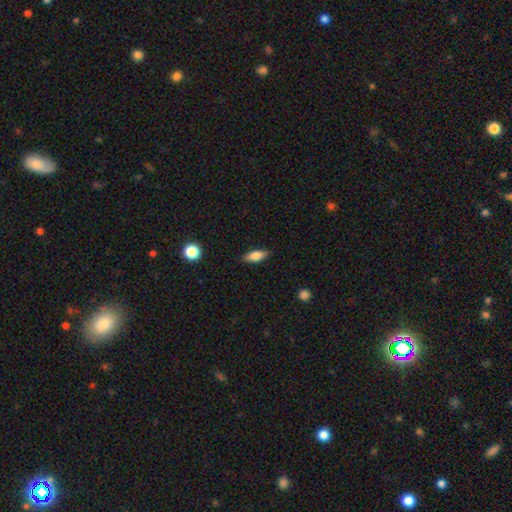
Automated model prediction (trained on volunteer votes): Smooth or featured?
  - smooth: 79% *
  - featured or disk: 14%
  - star or artifact: 7%
How rounded?
  - in between: 74% *
  - cigar-shaped: 23%
  - round: 3%
Merging?
  - none: 84% *
  - minor disturbance: 12%
  - major disturbance: 2%
  - merger: 1%